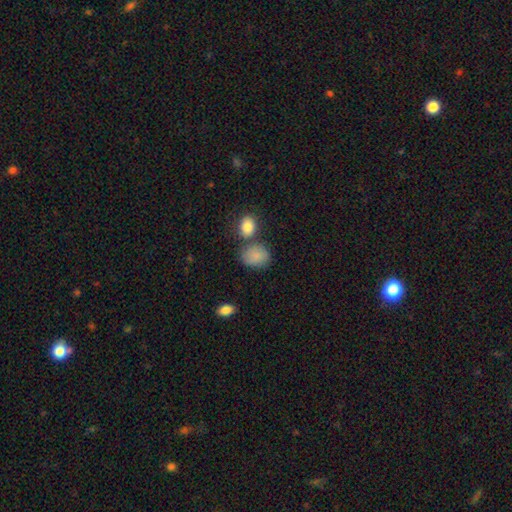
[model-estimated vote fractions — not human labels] Morphology: type=smooth (85%); roundness=in between (57%); merging=none (63%).